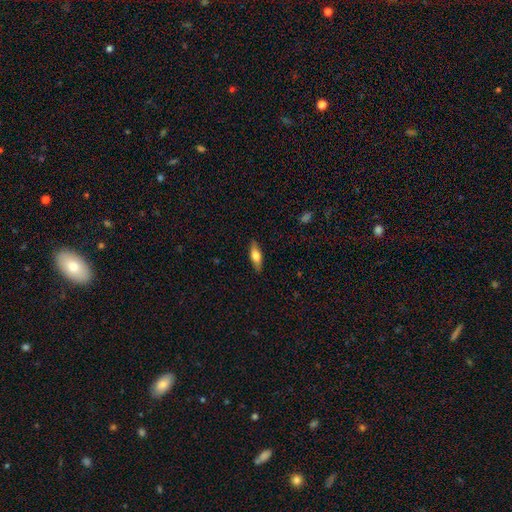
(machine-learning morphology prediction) Smooth or featured: smooth — 62% (featured or disk — 31%)
How rounded: in between — 56% (cigar-shaped — 40%)
Merging: none — 86% (minor disturbance — 10%)